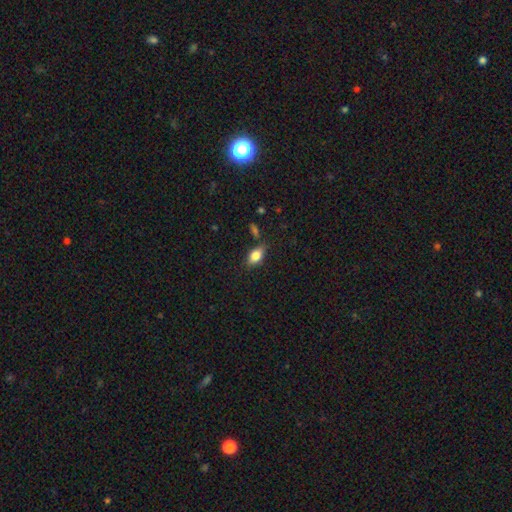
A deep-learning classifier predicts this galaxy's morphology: Q: Smooth or featured?
A: smooth (77%); runner-up: featured or disk (15%)
Q: How rounded?
A: in between (84%); runner-up: round (10%)
Q: Merging?
A: none (74%); runner-up: minor disturbance (17%)